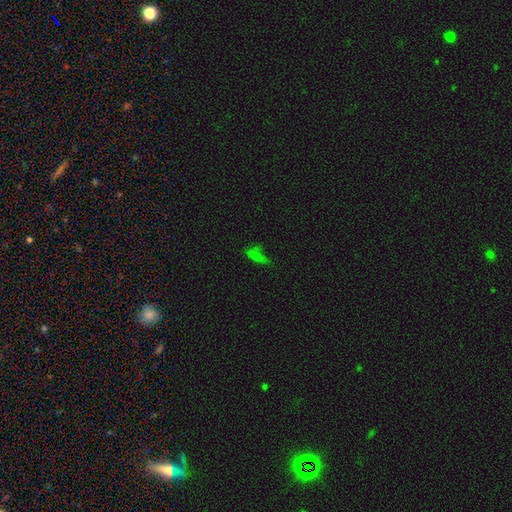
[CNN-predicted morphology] A smooth galaxy with no disk features (63%) that is cigar-shaped (50%). Merging: none (56%).